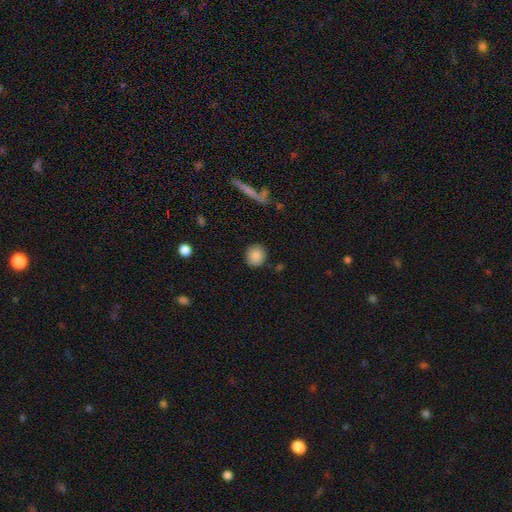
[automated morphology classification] smooth 88%, star or artifact 8%, featured or disk 5%. Down the decision tree: how rounded — round (85%); merging — none (88%).